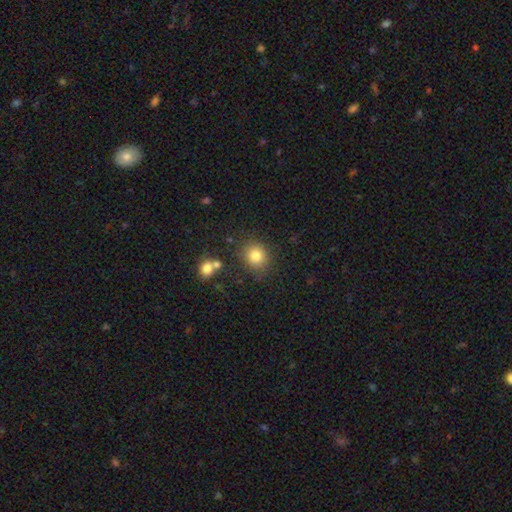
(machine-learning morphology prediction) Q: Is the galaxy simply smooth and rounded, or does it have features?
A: smooth — 82%.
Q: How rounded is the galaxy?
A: round — 77%.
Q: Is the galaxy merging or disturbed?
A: none — 81%.